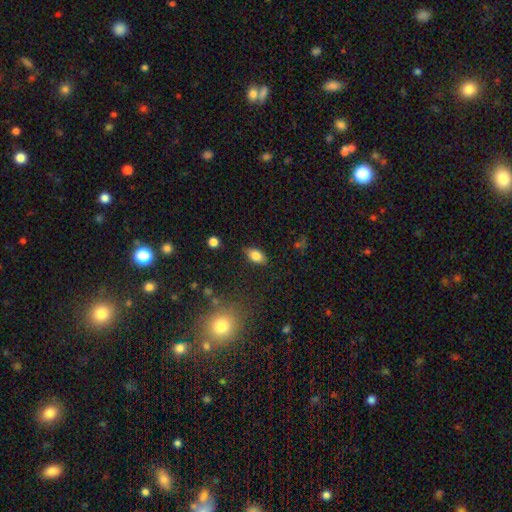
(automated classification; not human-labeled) smooth_or_featured: smooth (p=0.81) [alt: featured or disk p=0.11]
how_rounded: in between (p=0.89) [alt: round p=0.08]
merging: none (p=0.82) [alt: minor disturbance p=0.14]